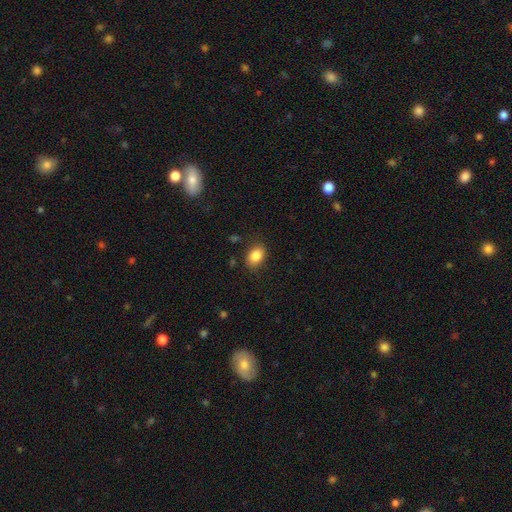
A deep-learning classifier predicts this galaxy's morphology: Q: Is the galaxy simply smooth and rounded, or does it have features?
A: smooth — 86%.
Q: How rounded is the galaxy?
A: in between — 80%.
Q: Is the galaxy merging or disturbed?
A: none — 83%.